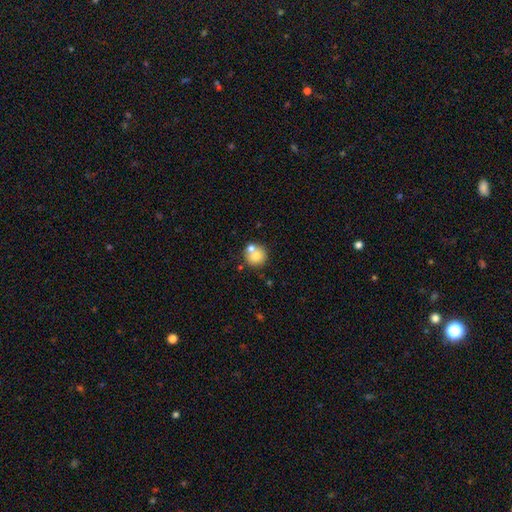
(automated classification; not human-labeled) Morphology: type=smooth (76%); roundness=round (89%); merging=none (57%).